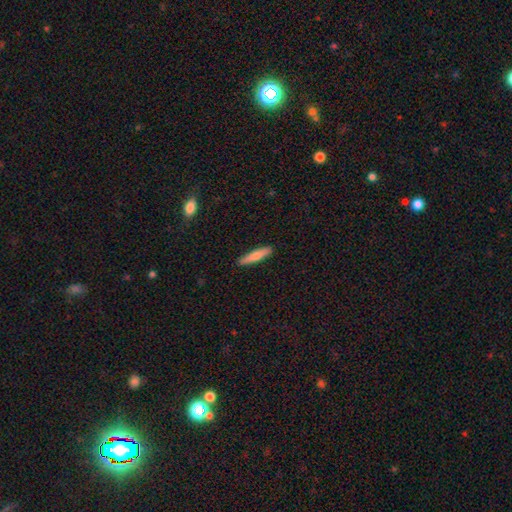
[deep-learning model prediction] The model was most divided on "smooth or featured": smooth: 73%, featured or disk: 22%, star or artifact: 6%. More confident: merging — none (91%); how rounded — cigar-shaped (88%).